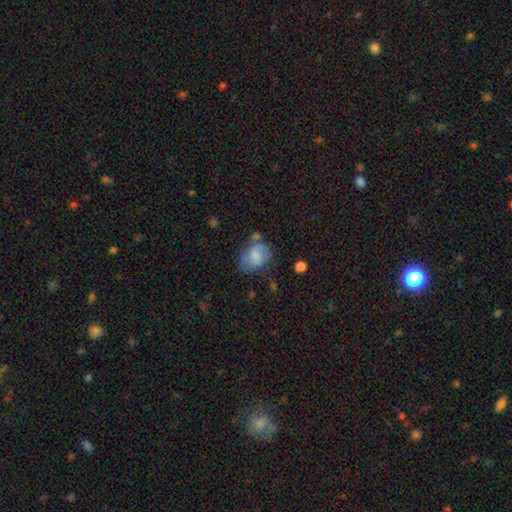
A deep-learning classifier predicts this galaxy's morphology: This appears to be a featured or disk galaxy (46%). Merging: none (51%).